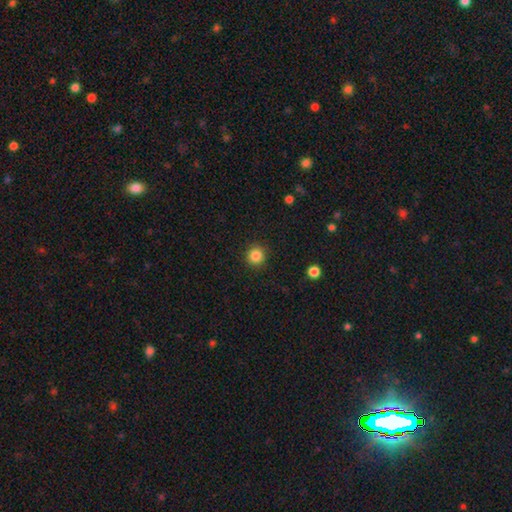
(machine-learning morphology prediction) This is clearly a smooth galaxy (85%). How rounded: clearly round (93%). Merging: clearly none (91%).